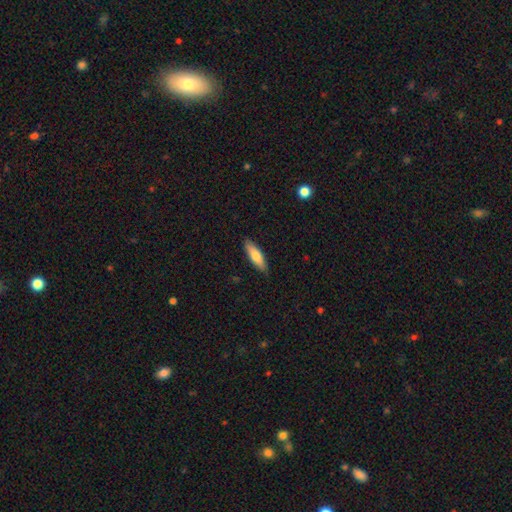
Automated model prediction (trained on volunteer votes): smooth 72%, featured or disk 23%, star or artifact 6%. Down the decision tree: how rounded — cigar-shaped (57%); merging — none (88%).